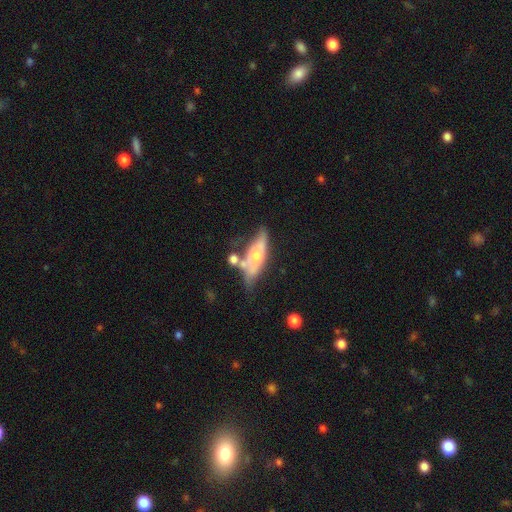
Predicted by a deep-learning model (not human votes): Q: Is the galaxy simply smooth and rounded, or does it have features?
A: featured or disk — 56%.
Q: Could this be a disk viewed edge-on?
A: yes — 59%.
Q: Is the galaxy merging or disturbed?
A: none — 40%.